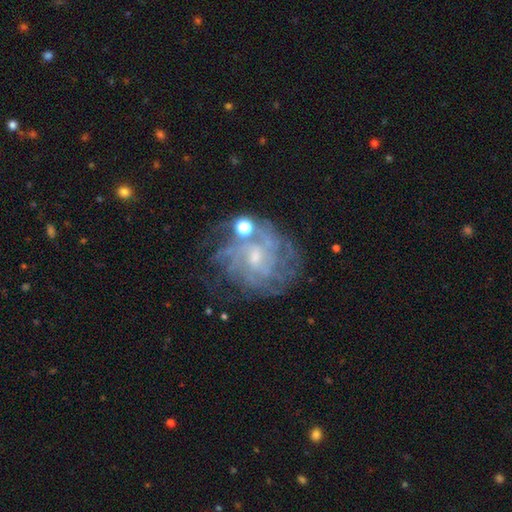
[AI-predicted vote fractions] Q: Smooth or featured?
A: featured or disk (81%); runner-up: star or artifact (10%)
Q: Edge-on disk?
A: no (97%); runner-up: yes (3%)
Q: Bar?
A: no (61%); runner-up: weak (33%)
Q: Spiral arms?
A: yes (92%); runner-up: no (8%)
Q: Spiral winding?
A: tight (63%); runner-up: medium (28%)
Q: Spiral arm count?
A: can't tell (40%); runner-up: 4 (19%)
Q: Bulge size?
A: small (68%); runner-up: moderate (24%)
Q: Merging?
A: none (64%); runner-up: minor disturbance (18%)